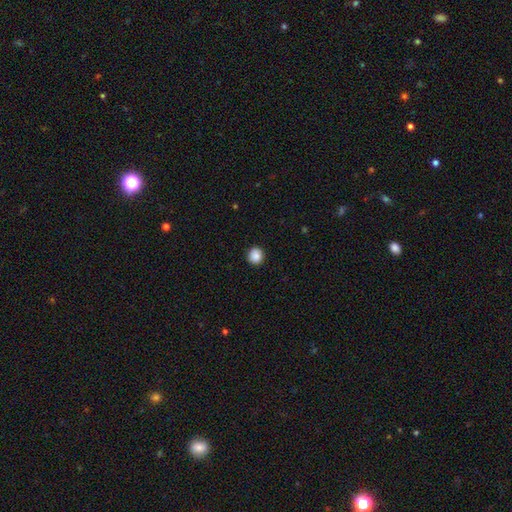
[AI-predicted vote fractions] Smooth or featured?
  - smooth: 88% *
  - star or artifact: 9%
  - featured or disk: 3%
How rounded?
  - round: 92% *
  - in between: 7%
  - cigar-shaped: 1%
Merging?
  - none: 92% *
  - minor disturbance: 5%
  - major disturbance: 2%
  - merger: 1%